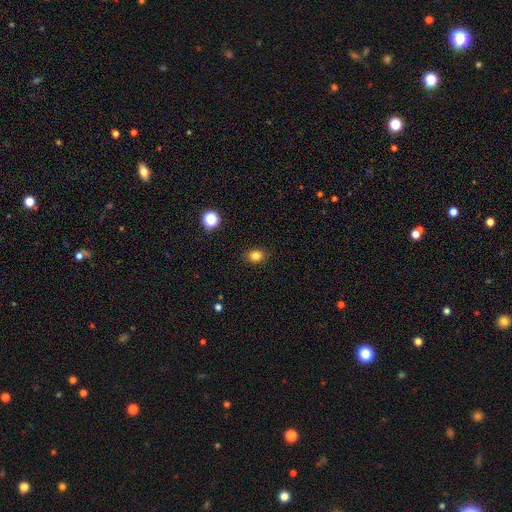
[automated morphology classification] type=smooth (82%); roundness=round (53%); merging=none (89%).